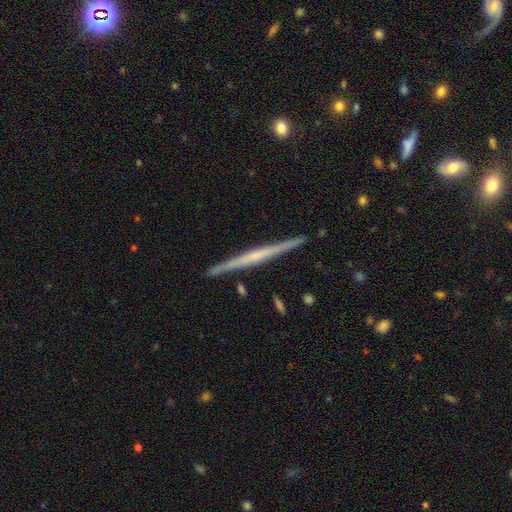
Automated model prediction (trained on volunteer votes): Smooth or featured? featured or disk (70%)
Edge-on disk? yes (98%)
Edge-on bulge? none (62%)
Merging? none (91%)